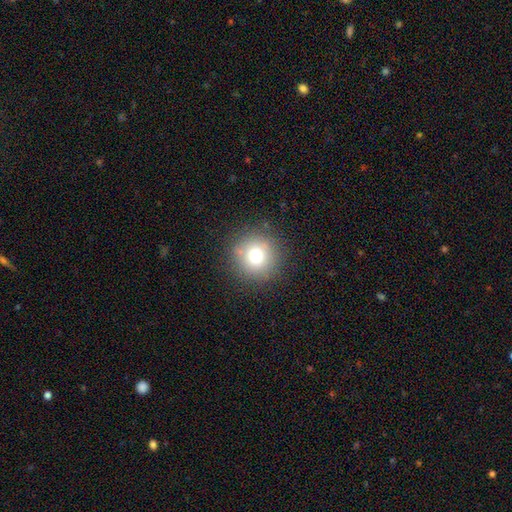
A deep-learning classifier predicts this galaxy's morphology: smooth 74%, star or artifact 14%, featured or disk 12%. Down the decision tree: how rounded — round (95%); merging — none (87%).